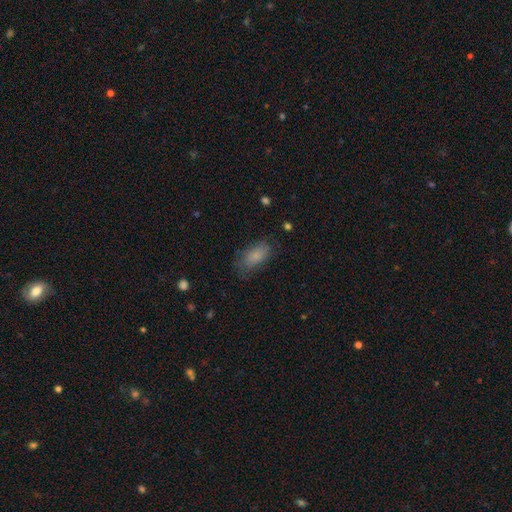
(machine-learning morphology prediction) Smooth or featured: smooth — 82% (featured or disk — 10%)
How rounded: in between — 89% (cigar-shaped — 7%)
Merging: none — 69% (minor disturbance — 22%)